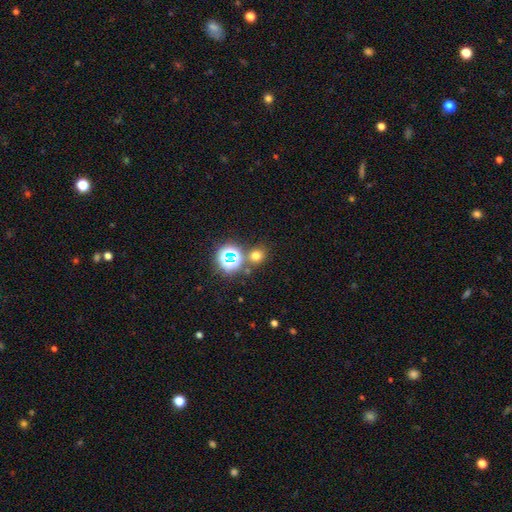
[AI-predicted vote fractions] This is likely a smooth galaxy (63%). How rounded: clearly round (81%). Merging: likely none (77%).